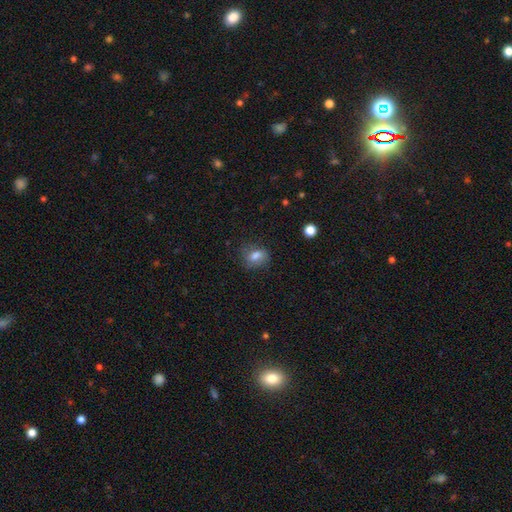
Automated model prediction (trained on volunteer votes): This is likely a smooth galaxy (74%). How rounded: likely in between (68%). Merging: likely none (65%).